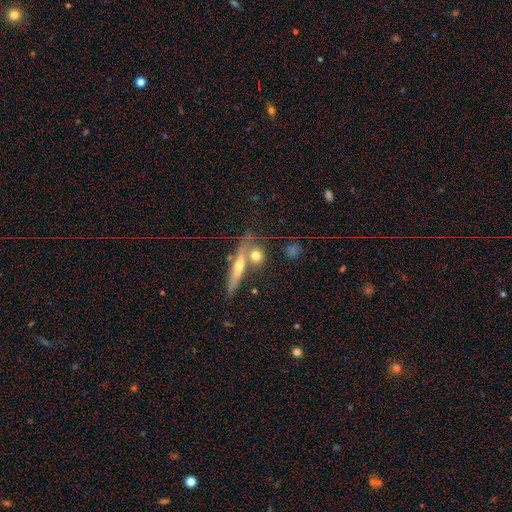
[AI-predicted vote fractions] A smooth galaxy with no disk features (55%) that is round (47%).

Vote fractions:
- Smooth or featured? smooth: 55% / featured or disk: 35% / star or artifact: 11%
- How rounded? round: 47% / cigar-shaped: 29% / in between: 24%
- Merging? none: 53% / merger: 30% / minor disturbance: 11% / major disturbance: 5%